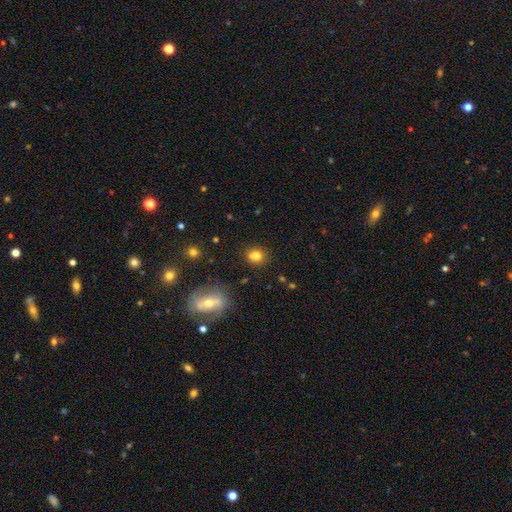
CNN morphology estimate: A smooth galaxy with no disk features (78%) that is round (64%).

Vote fractions:
- Smooth or featured? smooth: 78% / star or artifact: 13% / featured or disk: 9%
- How rounded? round: 64% / in between: 35% / cigar-shaped: 1%
- Merging? none: 67% / merger: 16% / minor disturbance: 14% / major disturbance: 4%